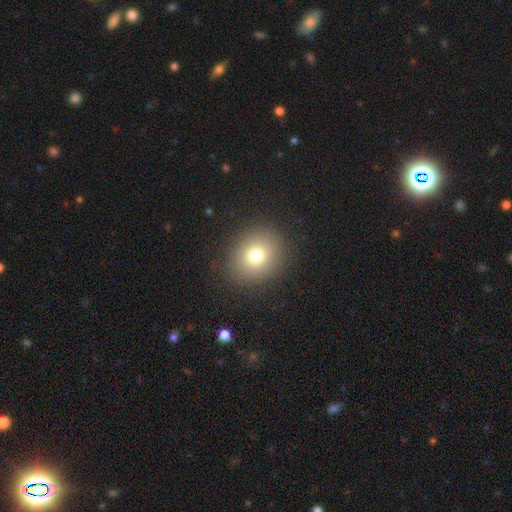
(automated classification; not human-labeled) Q: Smooth or featured?
A: smooth (76%); runner-up: star or artifact (13%)
Q: How rounded?
A: round (72%); runner-up: in between (27%)
Q: Merging?
A: none (88%); runner-up: minor disturbance (7%)